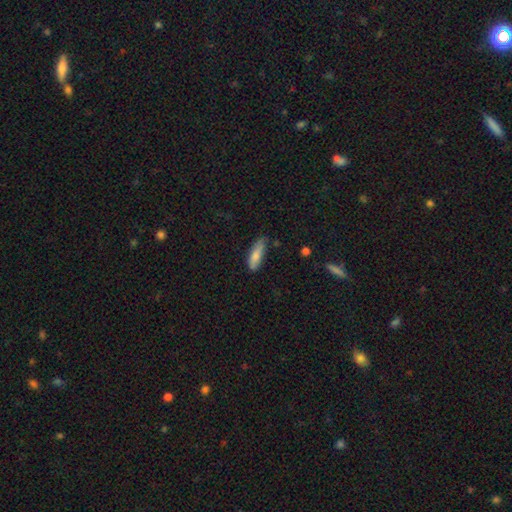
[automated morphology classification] A smooth galaxy with no disk features (77%) that is in between round and cigar-shaped (49%, tied with cigar-shaped). Merging: none (64%).